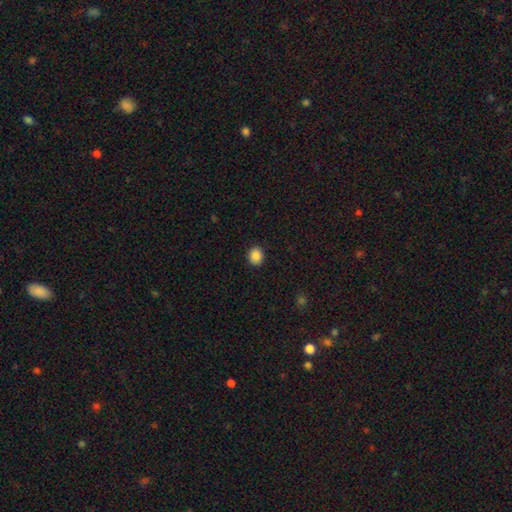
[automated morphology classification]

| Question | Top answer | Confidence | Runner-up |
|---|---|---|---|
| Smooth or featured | smooth | 88% | star or artifact (9%) |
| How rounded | round | 68% | in between (31%) |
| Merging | none | 91% | minor disturbance (6%) |